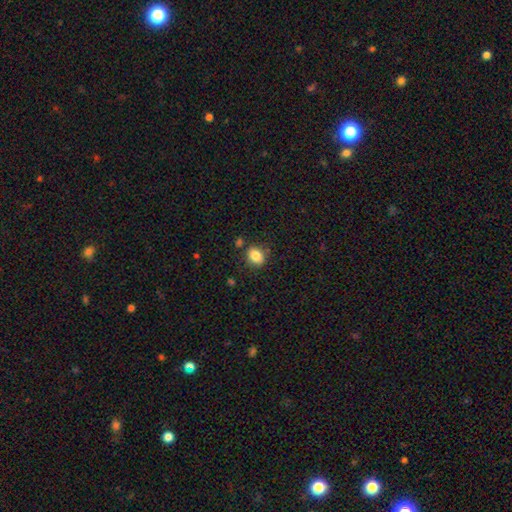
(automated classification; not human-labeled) Smooth or featured? Predicted: smooth (p=0.84). How rounded? Predicted: round (p=0.56). Merging? Predicted: none (p=0.81).